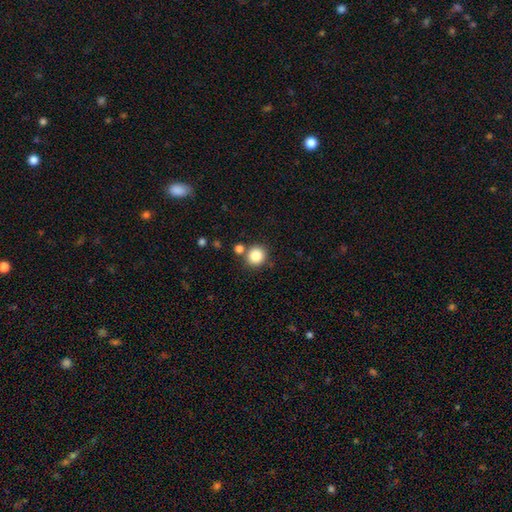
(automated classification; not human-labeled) Smooth or featured: smooth — 86% (star or artifact — 10%)
How rounded: round — 92% (in between — 7%)
Merging: none — 78% (merger — 11%)